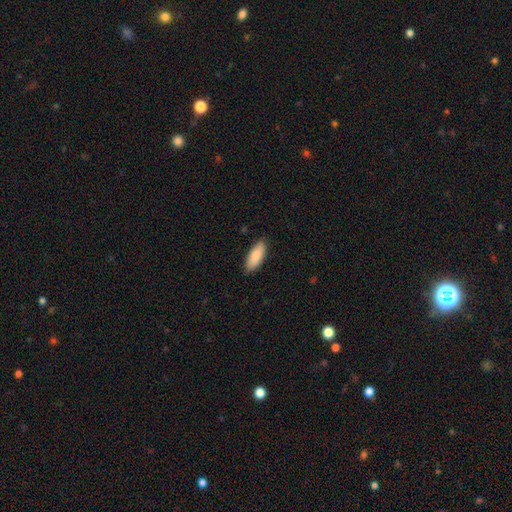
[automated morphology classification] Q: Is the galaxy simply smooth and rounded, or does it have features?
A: smooth — 88%.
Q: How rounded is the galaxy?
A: in between — 78%.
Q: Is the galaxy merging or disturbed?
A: none — 86%.